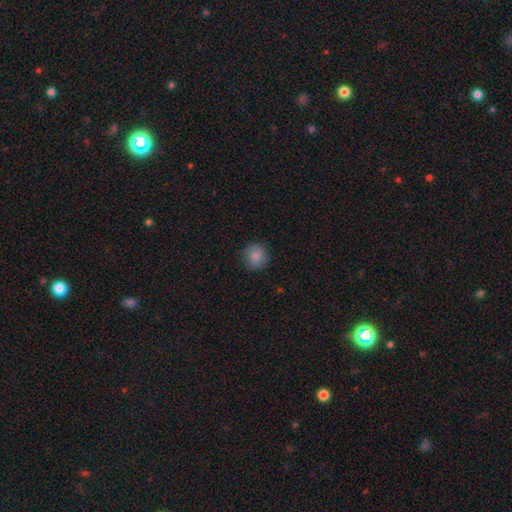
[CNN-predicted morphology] This appears to be a smooth galaxy with no disk features (86%) that is round (92%). Merging: none (86%).